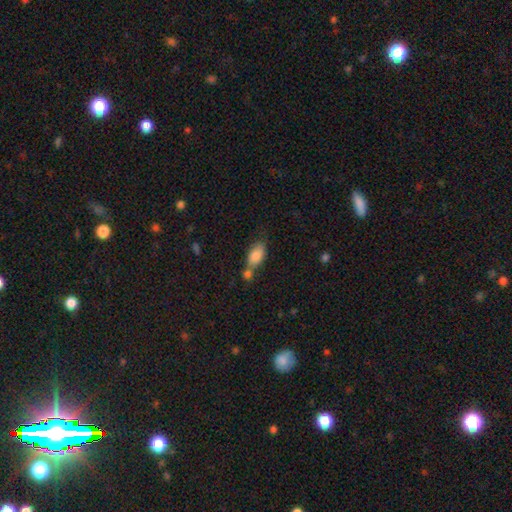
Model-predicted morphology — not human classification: type=smooth (83%); roundness=in between (90%); merging=none (44%).